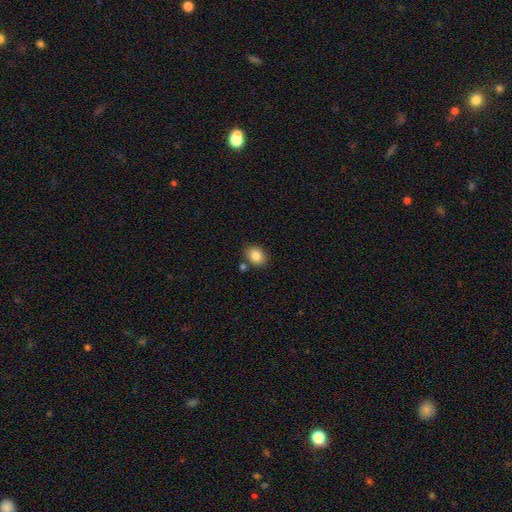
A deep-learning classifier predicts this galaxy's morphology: Q: Smooth or featured?
A: smooth (85%); runner-up: star or artifact (9%)
Q: How rounded?
A: round (52%); runner-up: in between (47%)
Q: Merging?
A: none (80%); runner-up: minor disturbance (11%)